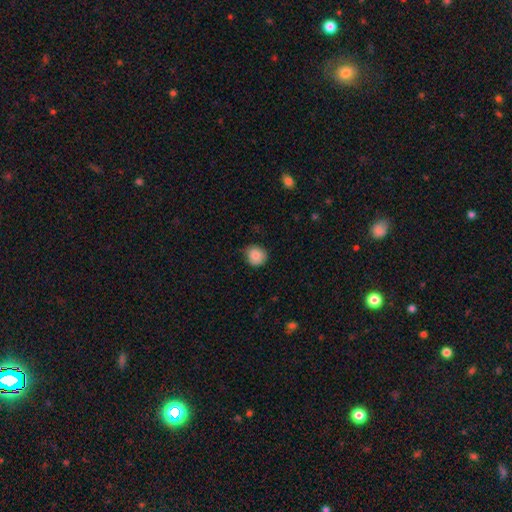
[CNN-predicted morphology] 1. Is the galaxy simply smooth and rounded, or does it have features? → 85% smooth, 8% star or artifact, 6% featured or disk.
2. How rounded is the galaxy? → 85% round, 14% in between, 1% cigar-shaped.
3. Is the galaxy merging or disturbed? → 76% none, 20% minor disturbance, 3% major disturbance, 1% merger.